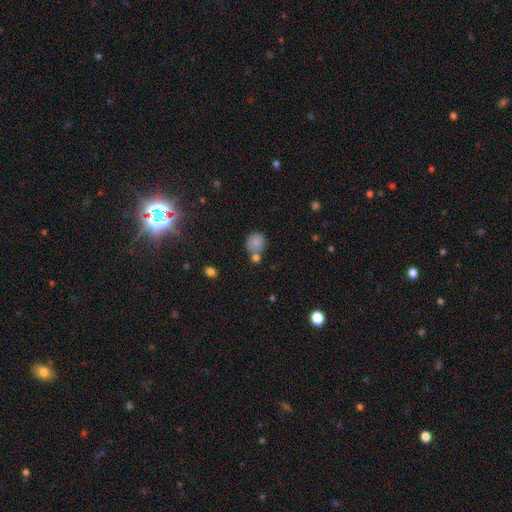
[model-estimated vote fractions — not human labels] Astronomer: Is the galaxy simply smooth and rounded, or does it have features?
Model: smooth — 62%.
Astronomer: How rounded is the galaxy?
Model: round — 80%.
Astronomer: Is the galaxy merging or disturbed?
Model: none — 60%.